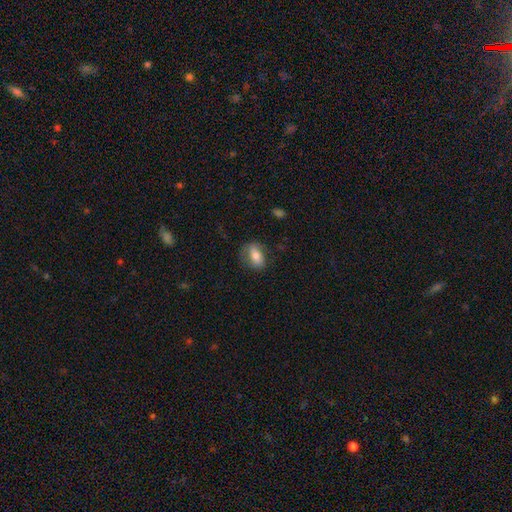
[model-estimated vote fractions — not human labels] Overall: smooth (71%). How rounded: in between (82%). Merging: none (71%).